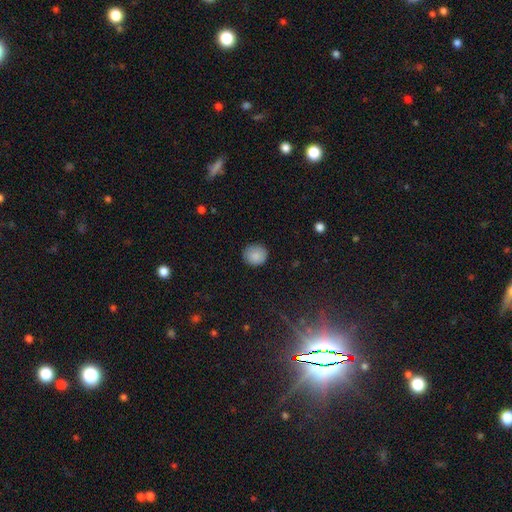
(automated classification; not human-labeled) Smooth or featured: smooth — 87% (star or artifact — 8%)
How rounded: round — 88% (in between — 11%)
Merging: none — 87% (minor disturbance — 10%)